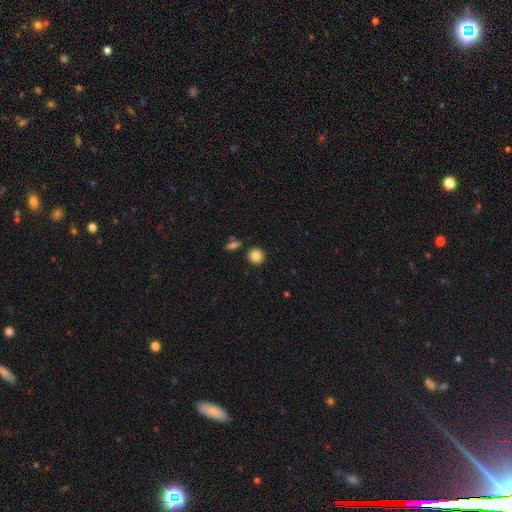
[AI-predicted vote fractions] Q: Smooth or featured?
A: smooth (85%); runner-up: star or artifact (9%)
Q: How rounded?
A: round (90%); runner-up: in between (8%)
Q: Merging?
A: none (87%); runner-up: minor disturbance (6%)